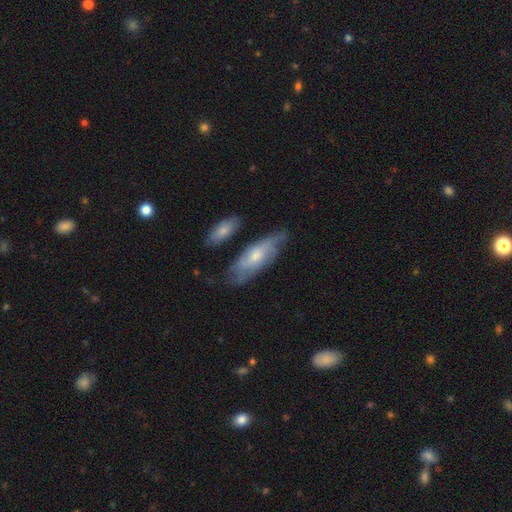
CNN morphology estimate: Q: Smooth or featured?
A: featured or disk (58%); runner-up: smooth (36%)
Q: Edge-on disk?
A: no (77%); runner-up: yes (23%)
Q: Merging?
A: none (64%); runner-up: minor disturbance (24%)